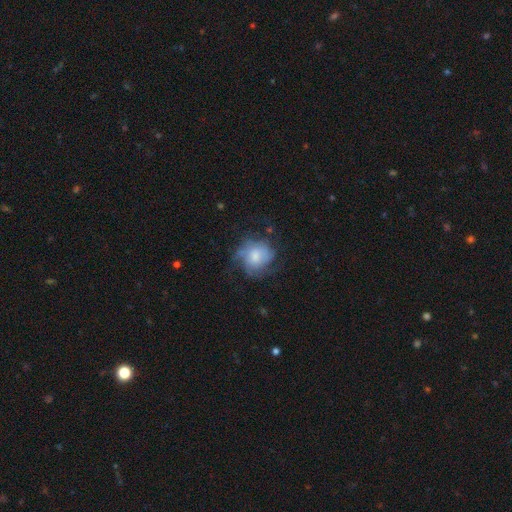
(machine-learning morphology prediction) smooth-or-featured: featured or disk: 49% | smooth: 42% | star or artifact: 9%
  merging: none: 51% | minor disturbance: 25% | major disturbance: 23% | merger: 2%